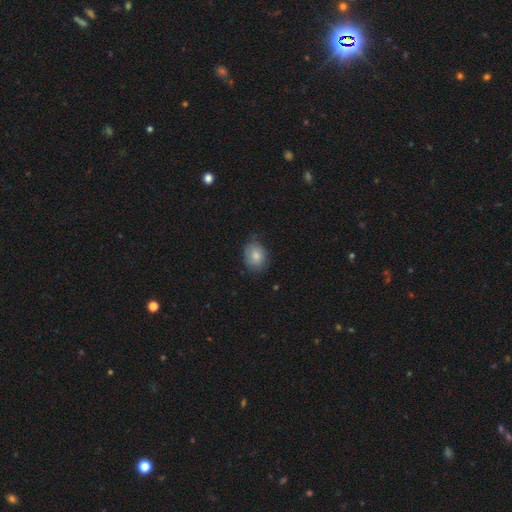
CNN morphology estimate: type=smooth (78%); roundness=in between (55%); merging=none (69%).